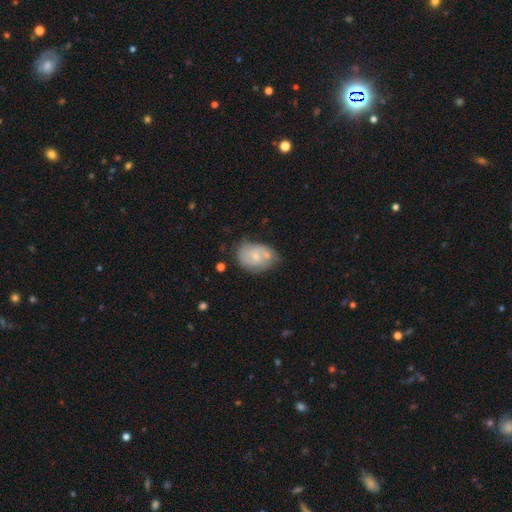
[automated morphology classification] This appears to be a smooth galaxy with no disk features (48%). Merging: none (43%).